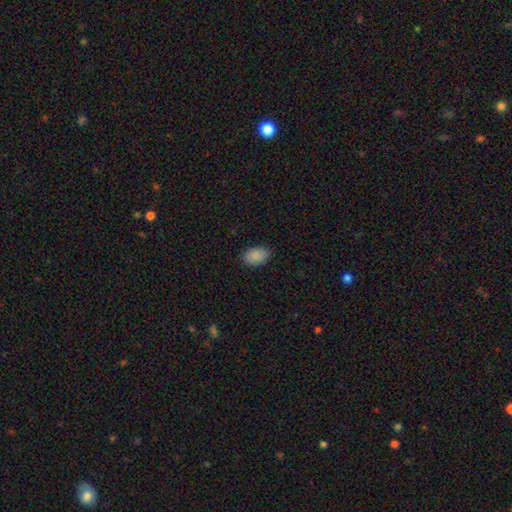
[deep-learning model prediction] Smooth or featured? Predicted: smooth (p=0.89). How rounded? Predicted: in between (p=0.87). Merging? Predicted: none (p=0.86).